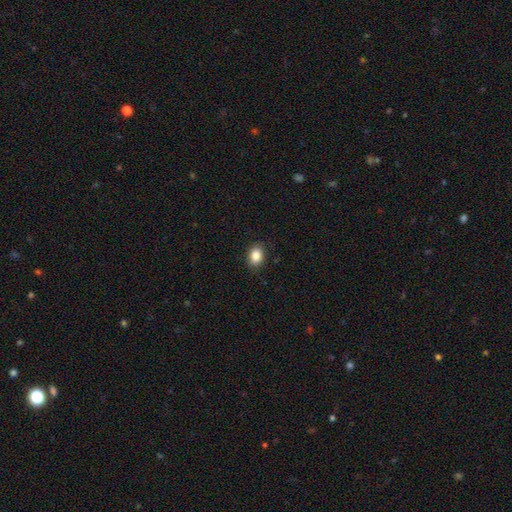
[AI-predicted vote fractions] Smooth or featured? smooth (86%)
How rounded? in between (71%)
Merging? none (88%)